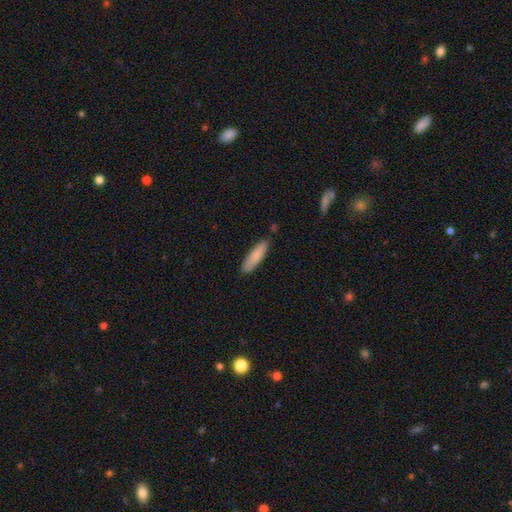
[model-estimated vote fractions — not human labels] smooth-or-featured: smooth: 85% | featured or disk: 9% | star or artifact: 5%
  how-rounded: cigar-shaped: 68% | in between: 30% | round: 1%
  merging: none: 85% | minor disturbance: 11% | merger: 2% | major disturbance: 2%